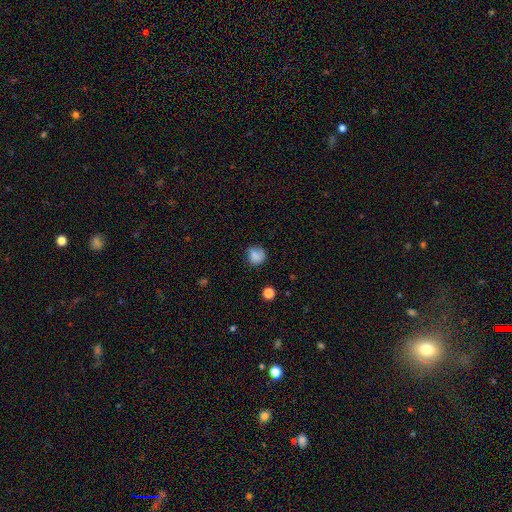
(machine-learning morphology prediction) Smooth or featured? Predicted: smooth (p=0.78). How rounded? Predicted: round (p=0.76). Merging? Predicted: none (p=0.61).